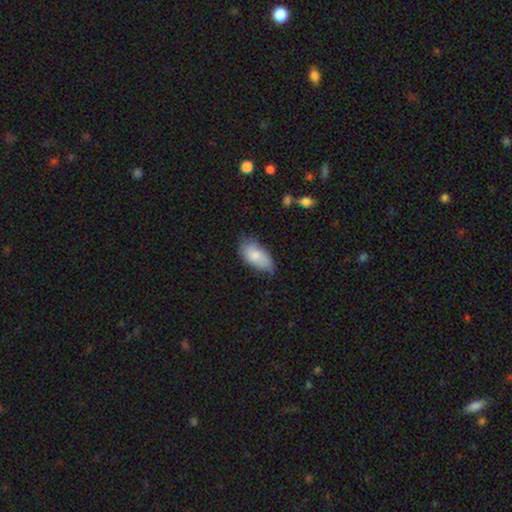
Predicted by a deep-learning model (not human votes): smooth_or_featured: smooth (p=0.82) [alt: featured or disk p=0.12]
how_rounded: in between (p=0.93) [alt: cigar-shaped p=0.04]
merging: none (p=0.55) [alt: minor disturbance p=0.36]